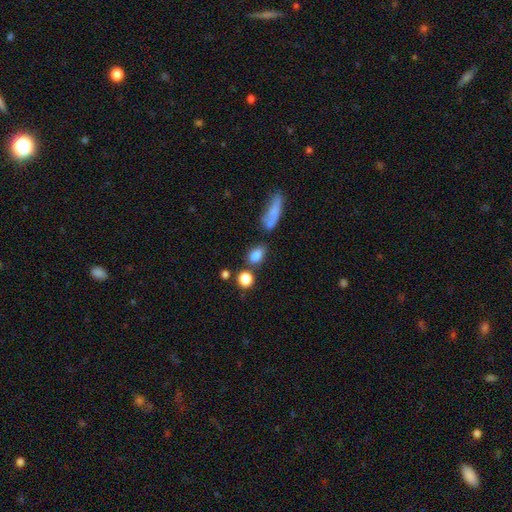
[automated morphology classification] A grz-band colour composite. It shows a smooth galaxy with no disk features (80%) that is in between round and cigar-shaped (69%). Merging: none (63%).